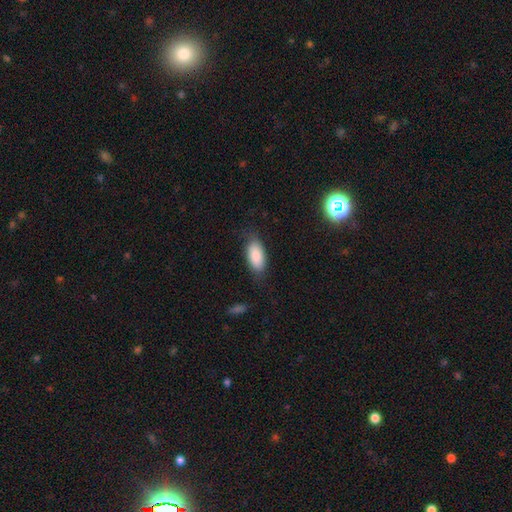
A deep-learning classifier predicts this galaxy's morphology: Smooth or featured: smooth — 88% (featured or disk — 6%)
How rounded: in between — 89% (cigar-shaped — 8%)
Merging: none — 75% (minor disturbance — 18%)